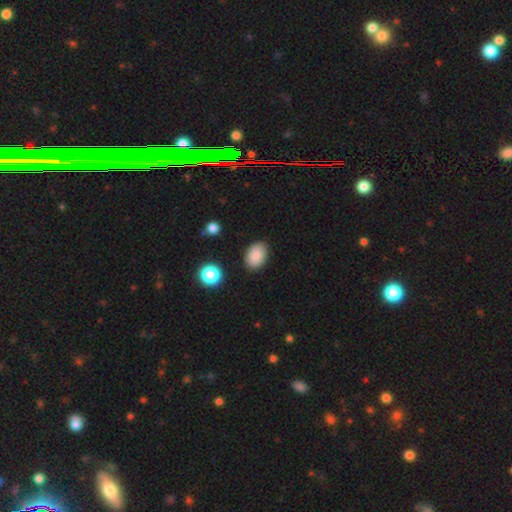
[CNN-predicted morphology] smooth 86%, star or artifact 9%, featured or disk 6%. Down the decision tree: how rounded — in between (82%); merging — none (86%).